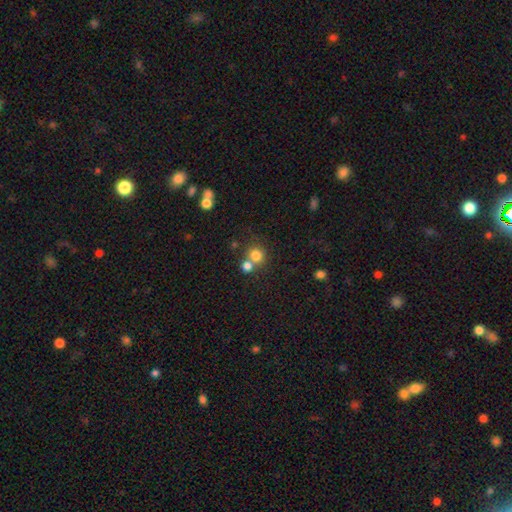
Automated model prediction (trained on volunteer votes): Smooth or featured? Predicted: smooth (p=0.78). How rounded? Predicted: round (p=0.87). Merging? Predicted: none (p=0.55).